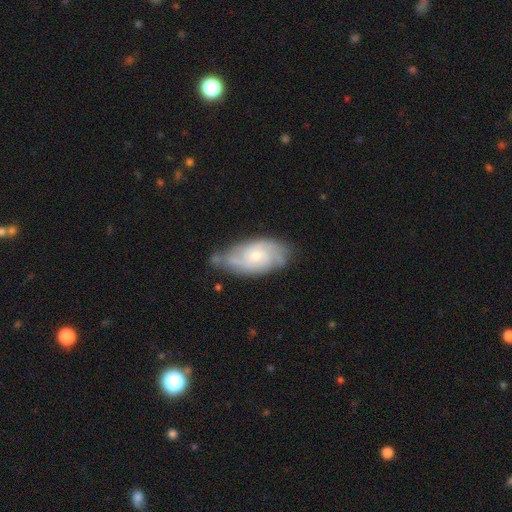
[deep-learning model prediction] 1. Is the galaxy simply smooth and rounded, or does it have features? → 72% featured or disk, 22% smooth, 6% star or artifact.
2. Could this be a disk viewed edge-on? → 94% no, 6% yes.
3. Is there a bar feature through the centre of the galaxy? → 71% no, 25% weak, 3% strong.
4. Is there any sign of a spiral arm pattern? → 90% yes, 10% no.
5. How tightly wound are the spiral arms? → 49% tight, 39% medium, 13% loose.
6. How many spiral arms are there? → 38% 2, 31% can't tell, 18% 3, 6% 4, 4% 1, 3% more than 4.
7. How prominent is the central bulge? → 60% small, 36% moderate, 2% large, 1% none, 1% dominant.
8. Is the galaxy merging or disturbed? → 62% none, 28% minor disturbance, 7% major disturbance, 4% merger.